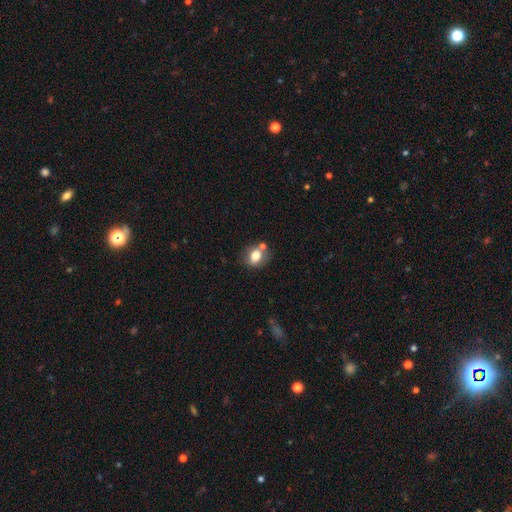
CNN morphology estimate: Smooth or featured? Predicted: smooth (p=0.73). How rounded? Predicted: round (p=0.50). Merging? Predicted: none (p=0.62).